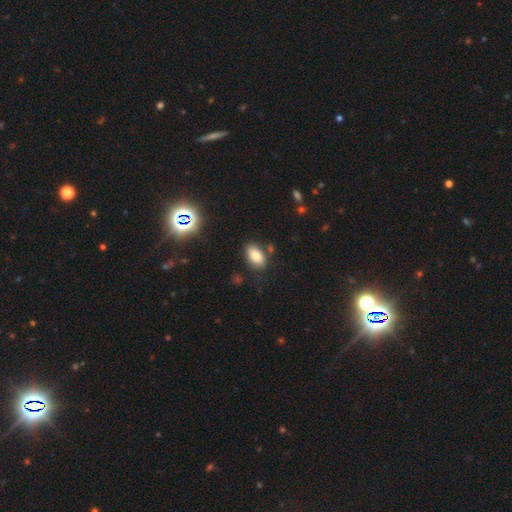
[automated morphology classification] smooth-or-featured: smooth: 80% | star or artifact: 10% | featured or disk: 9%
  how-rounded: in between: 92% | round: 6% | cigar-shaped: 2%
  merging: none: 79% | minor disturbance: 12% | merger: 5% | major disturbance: 4%